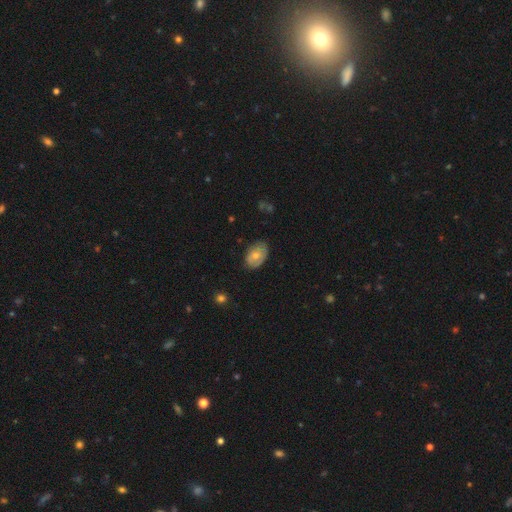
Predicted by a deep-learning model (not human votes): This is possibly a smooth galaxy (56%). How rounded: clearly in between (85%). Merging: likely none (74%).